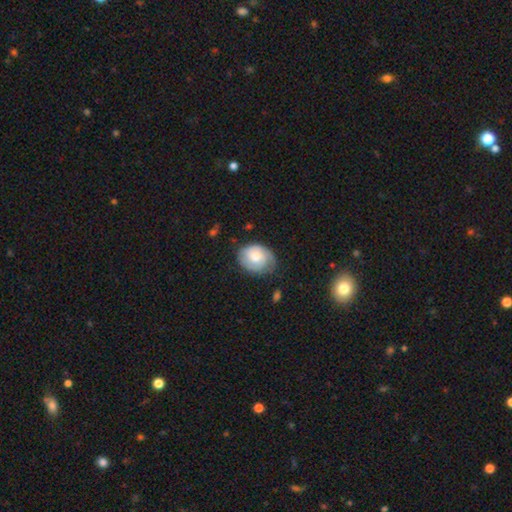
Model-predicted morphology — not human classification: Smooth or featured? Predicted: featured or disk (p=0.59). Edge-on disk? Predicted: no (p=0.97). Bar? Predicted: no (p=0.73). Spiral arms? Predicted: yes (p=0.84). Bulge size? Predicted: moderate (p=0.65). Merging? Predicted: none (p=0.66).